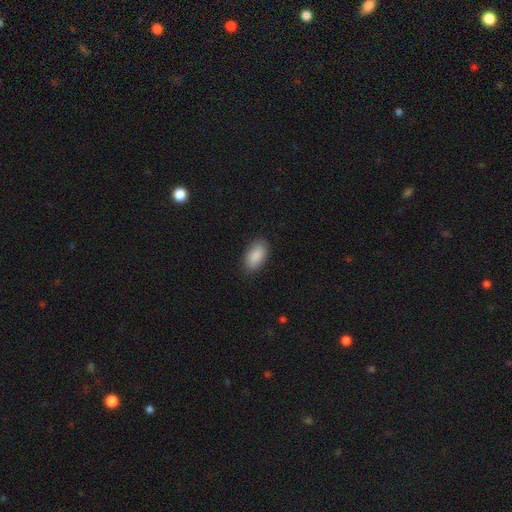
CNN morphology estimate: This appears to be a smooth galaxy with no disk features (90%) that is in between round and cigar-shaped (94%). Merging: none (86%).